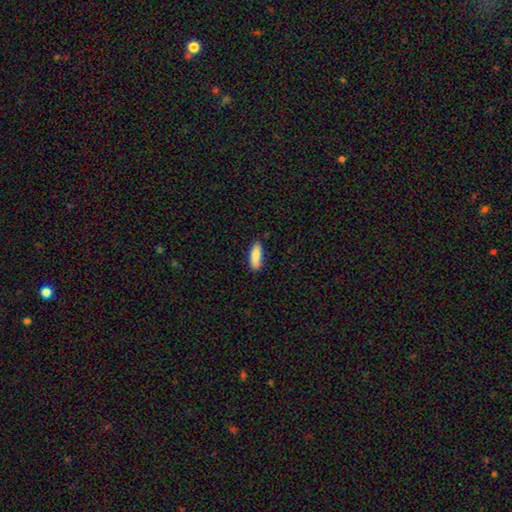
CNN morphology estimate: Smooth or featured? smooth (87%)
How rounded? in between (60%)
Merging? none (82%)